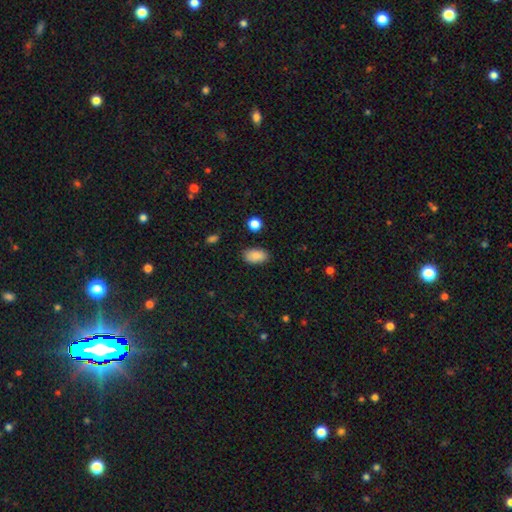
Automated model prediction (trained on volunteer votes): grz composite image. It shows a smooth galaxy with no disk features (88%) that is in between round and cigar-shaped (93%). Merging: none (87%).